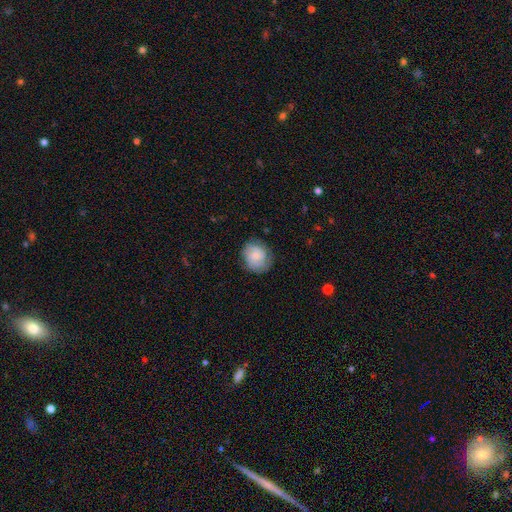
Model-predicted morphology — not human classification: type=smooth (63%); roundness=round (77%); merging=none (77%).